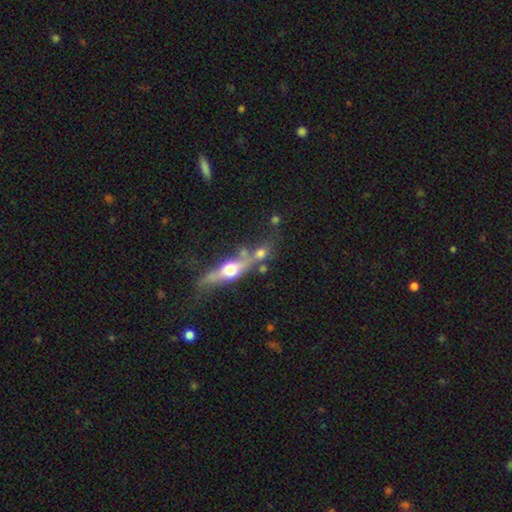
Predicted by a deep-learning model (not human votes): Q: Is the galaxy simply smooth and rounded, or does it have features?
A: featured or disk — 62%.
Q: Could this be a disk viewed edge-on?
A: yes — 81%.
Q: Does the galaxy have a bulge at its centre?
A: rounded — 95%.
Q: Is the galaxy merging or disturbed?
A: none — 54%.